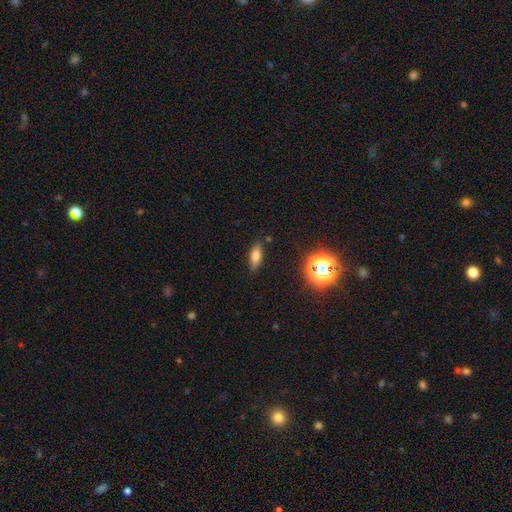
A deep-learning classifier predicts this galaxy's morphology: A smooth galaxy with no disk features (71%) that is in between round and cigar-shaped (68%). Merging: none (82%).